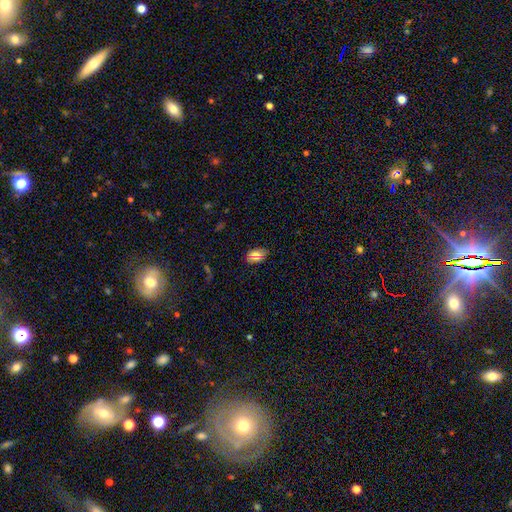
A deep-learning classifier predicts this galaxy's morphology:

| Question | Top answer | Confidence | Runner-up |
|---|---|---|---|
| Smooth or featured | smooth | 77% | featured or disk (14%) |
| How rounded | in between | 87% | round (11%) |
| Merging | none | 79% | minor disturbance (17%) |